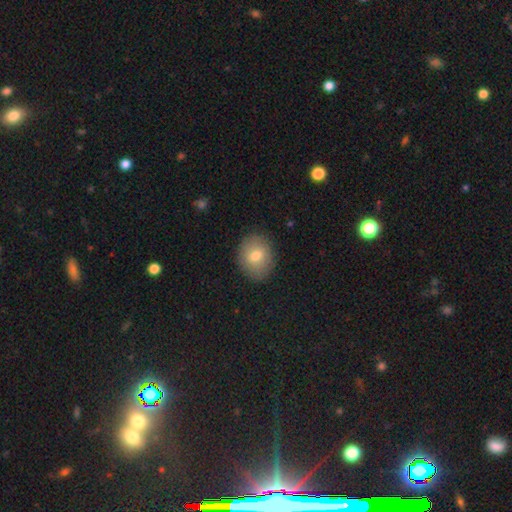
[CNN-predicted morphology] Smooth or featured: smooth — 72% (featured or disk — 19%)
How rounded: in between — 50% (round — 49%)
Merging: none — 85% (minor disturbance — 11%)